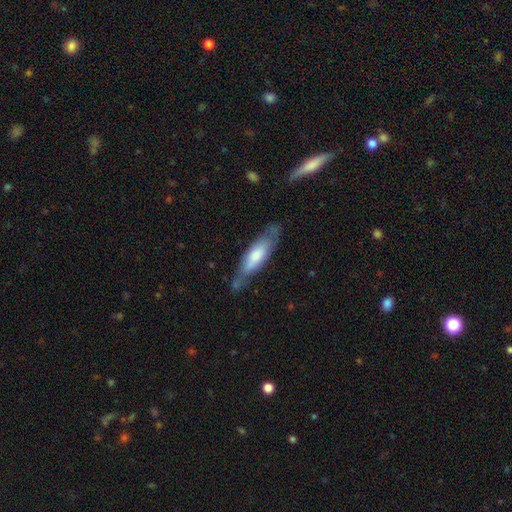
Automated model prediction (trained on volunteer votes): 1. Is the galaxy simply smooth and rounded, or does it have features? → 55% smooth, 40% featured or disk, 6% star or artifact.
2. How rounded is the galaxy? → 58% cigar-shaped, 41% in between, 2% round.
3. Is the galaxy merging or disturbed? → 63% none, 26% minor disturbance, 8% major disturbance, 4% merger.